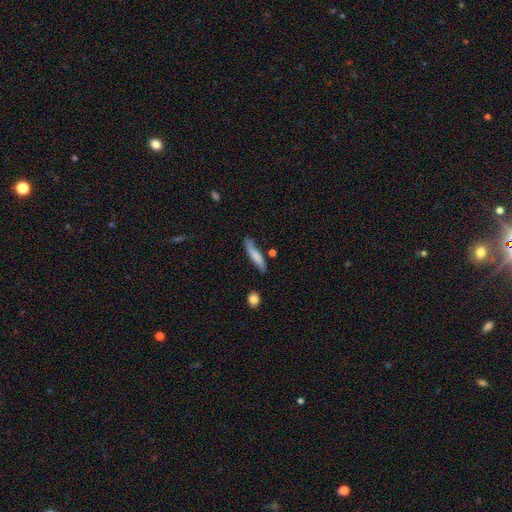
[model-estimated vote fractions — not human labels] This is likely a smooth galaxy (67%). How rounded: clearly cigar-shaped (83%). Merging: likely none (62%).